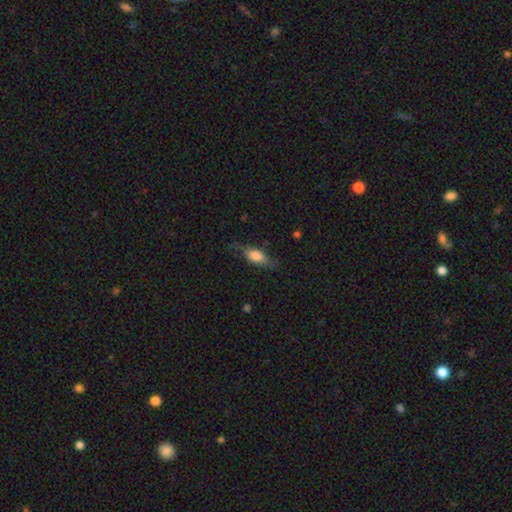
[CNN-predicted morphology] A smooth galaxy with no disk features (59%) that is in between round and cigar-shaped (69%). Merging: none (64%).